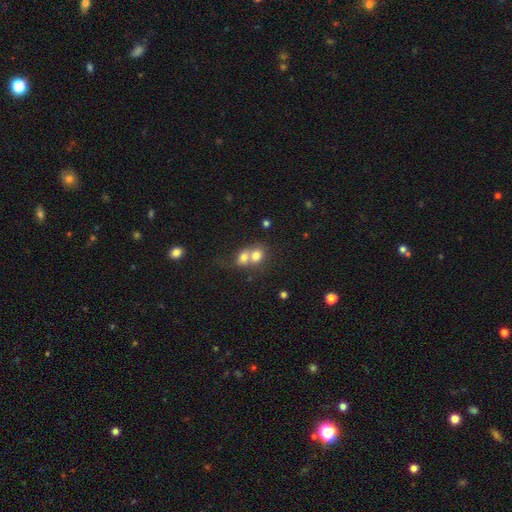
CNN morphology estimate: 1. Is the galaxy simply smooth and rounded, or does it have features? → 72% smooth, 18% featured or disk, 10% star or artifact.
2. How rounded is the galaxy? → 58% round, 41% in between, 1% cigar-shaped.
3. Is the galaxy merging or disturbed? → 75% merger, 17% none, 5% minor disturbance, 4% major disturbance.